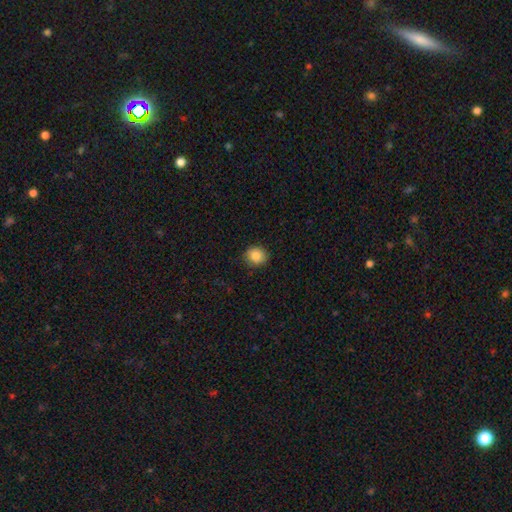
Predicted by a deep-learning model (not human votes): A smooth galaxy with no disk features (85%) that is round (84%).

Vote fractions:
- Smooth or featured? smooth: 85% / star or artifact: 9% / featured or disk: 6%
- How rounded? round: 84% / in between: 15% / cigar-shaped: 1%
- Merging? none: 88% / minor disturbance: 9% / major disturbance: 2% / merger: 1%